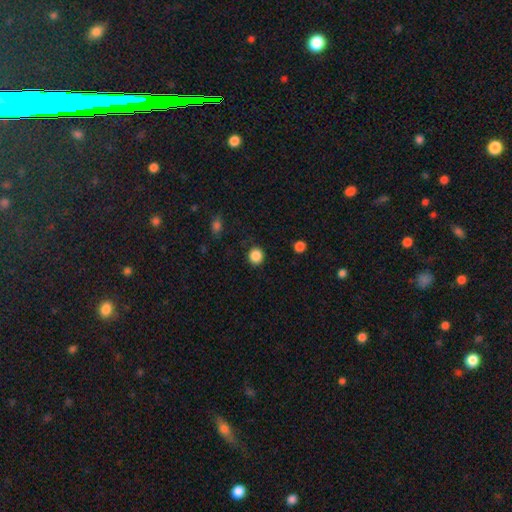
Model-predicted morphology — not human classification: This appears to be a smooth galaxy with no disk features (87%) that is round (91%). Merging: none (90%).